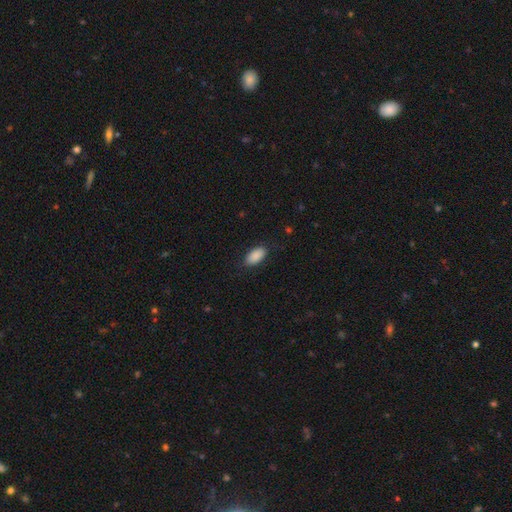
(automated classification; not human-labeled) A smooth galaxy with no disk features (90%) that is in between round and cigar-shaped (94%). Merging: none (84%).